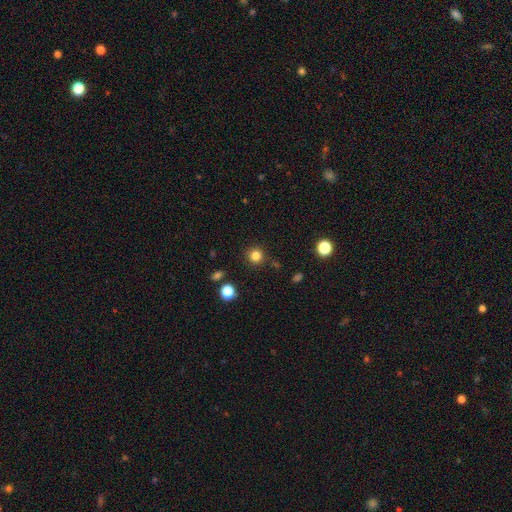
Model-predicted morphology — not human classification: Overall: smooth (83%). How rounded: round (93%). Merging: none (89%).